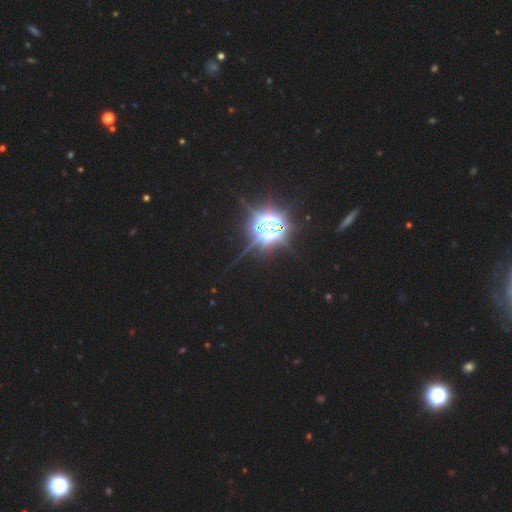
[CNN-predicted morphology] type=star or artifact (86%).